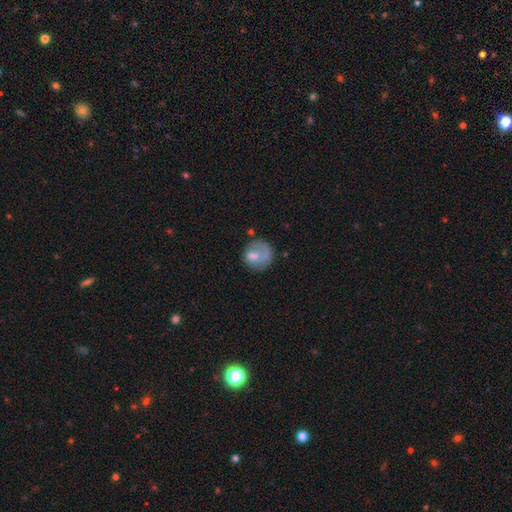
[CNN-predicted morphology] Overall: smooth (65%; featured or disk 28%). How rounded: round (80%). Merging: none (52%; minor disturbance 22%).